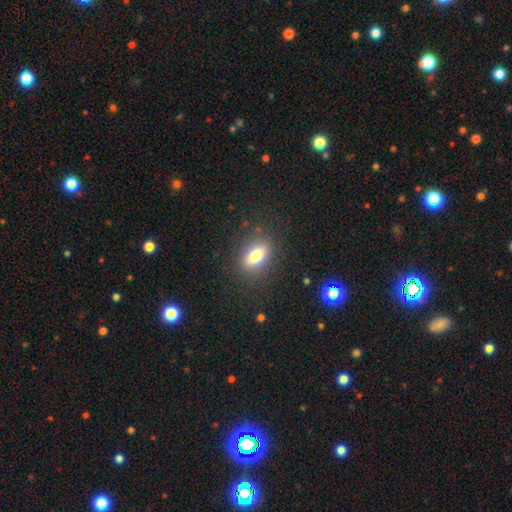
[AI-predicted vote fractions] A smooth galaxy with no disk features (76%) that is in between round and cigar-shaped (80%).

Vote fractions:
- Smooth or featured? smooth: 76% / featured or disk: 14% / star or artifact: 10%
- How rounded? in between: 80% / round: 15% / cigar-shaped: 5%
- Merging? none: 85% / minor disturbance: 10% / major disturbance: 4% / merger: 1%